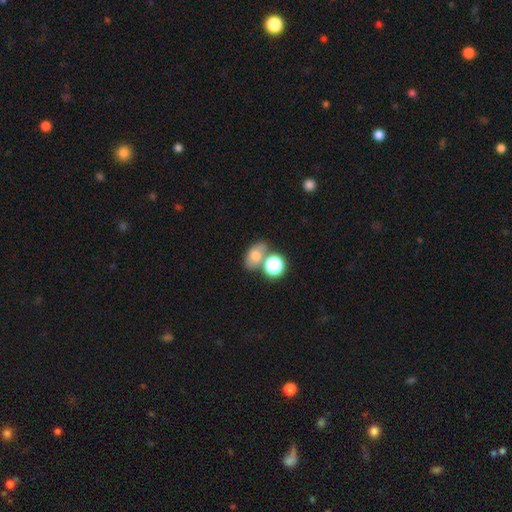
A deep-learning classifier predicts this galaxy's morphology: Smooth or featured?
  - smooth: 66% *
  - featured or disk: 19%
  - star or artifact: 14%
How rounded?
  - in between: 70% *
  - round: 28%
  - cigar-shaped: 2%
Merging?
  - none: 51% *
  - merger: 29%
  - minor disturbance: 14%
  - major disturbance: 6%